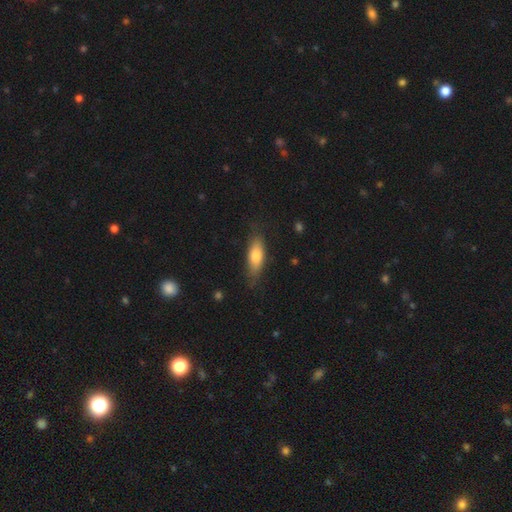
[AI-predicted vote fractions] Morphology: type=smooth (75%); roundness=in between (68%); merging=none (75%).